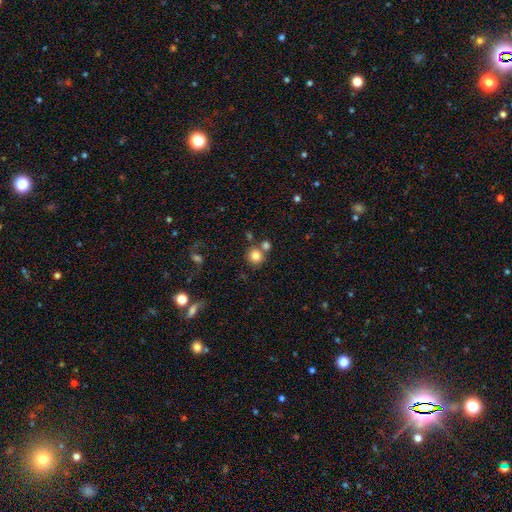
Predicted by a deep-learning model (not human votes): A smooth galaxy with no disk features (80%) that is round (91%). Merging: none (68%).